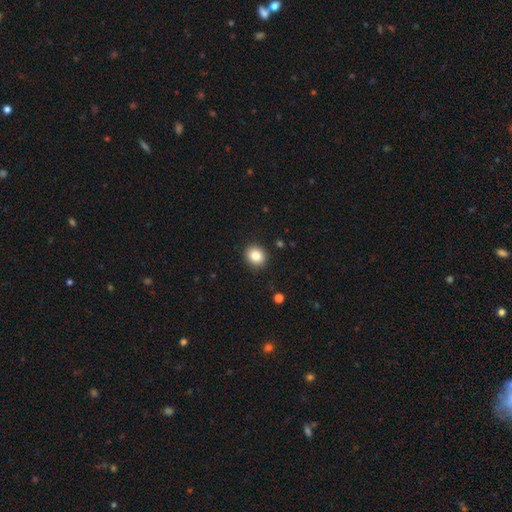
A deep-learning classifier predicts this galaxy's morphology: This appears to be a smooth galaxy with no disk features (84%) that is round (78%). Merging: none (91%).